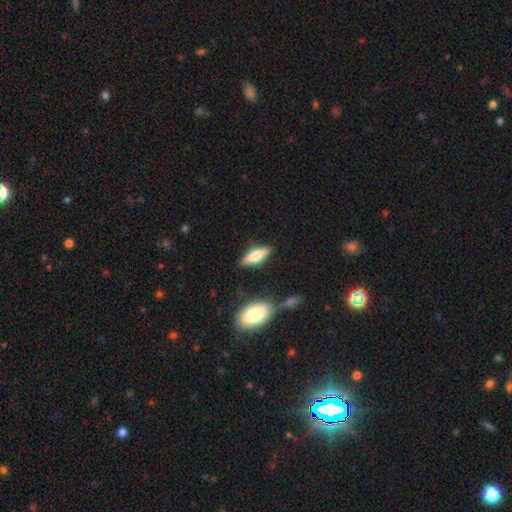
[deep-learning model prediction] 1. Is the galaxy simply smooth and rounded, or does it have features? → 52% smooth, 42% featured or disk, 7% star or artifact.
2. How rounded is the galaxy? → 49% in between, 48% cigar-shaped, 3% round.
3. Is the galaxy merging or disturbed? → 82% none, 11% minor disturbance, 4% merger, 3% major disturbance.